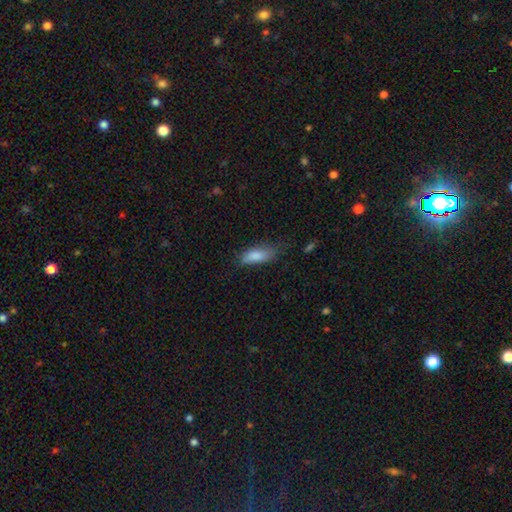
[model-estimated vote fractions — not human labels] This is clearly a smooth galaxy (84%). How rounded: likely in between (71%). Merging: possibly none (56%).